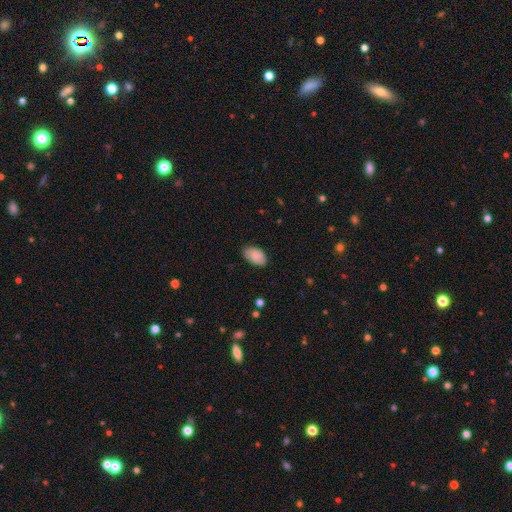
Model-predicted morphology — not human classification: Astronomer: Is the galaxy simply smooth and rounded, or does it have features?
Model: smooth — 84%.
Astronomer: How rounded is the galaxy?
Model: in between — 93%.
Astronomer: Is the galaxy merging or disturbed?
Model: none — 75%.